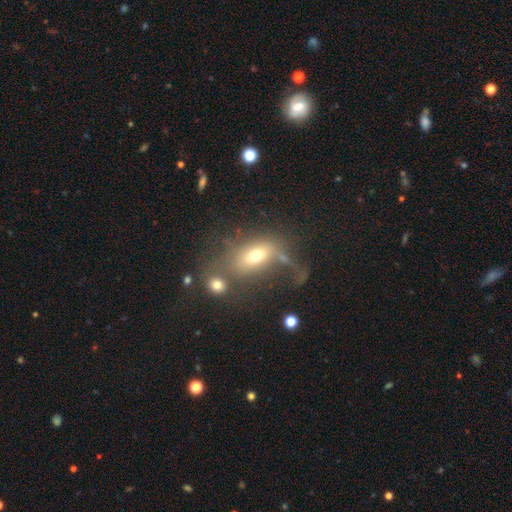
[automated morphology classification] smooth-or-featured: smooth: 58% | featured or disk: 30% | star or artifact: 12%
  how-rounded: in between: 80% | round: 13% | cigar-shaped: 7%
  merging: none: 37% | major disturbance: 29% | merger: 18% | minor disturbance: 16%